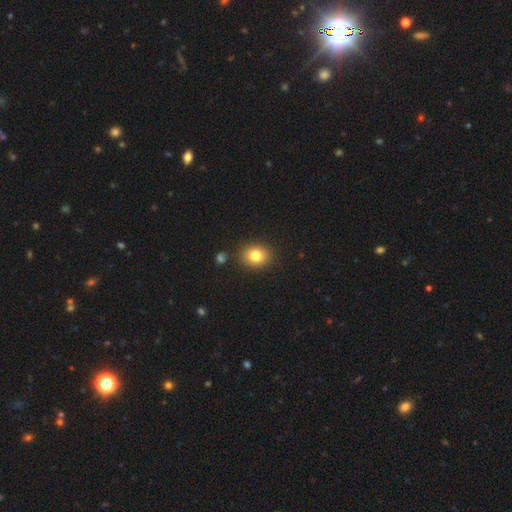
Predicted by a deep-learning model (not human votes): This appears to be a smooth galaxy with no disk features (81%) that is round (62%). Merging: none (86%).